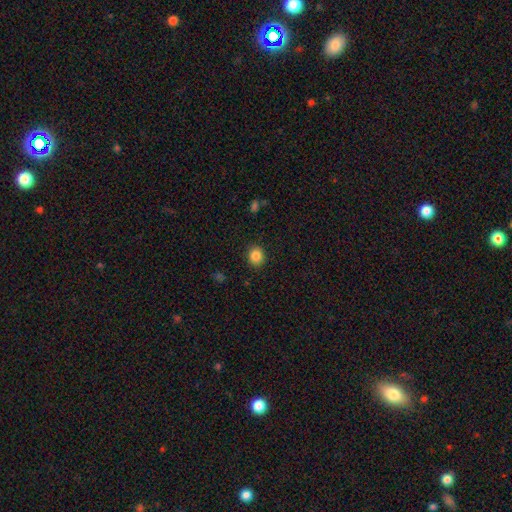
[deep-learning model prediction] Morphology: type=smooth (86%); roundness=round (80%); merging=none (90%).